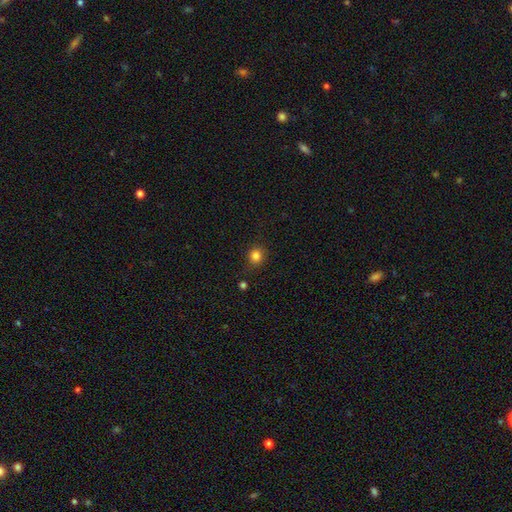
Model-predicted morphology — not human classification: Smooth or featured? smooth (83%)
How rounded? round (87%)
Merging? none (83%)